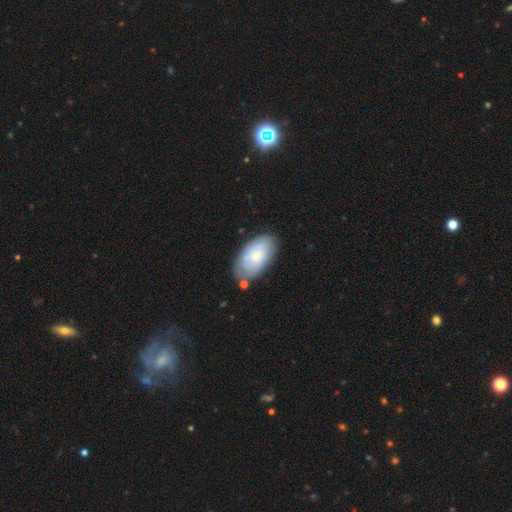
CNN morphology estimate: Smooth or featured? Predicted: smooth (p=0.50). How rounded? Predicted: in between (p=0.93). Merging? Predicted: none (p=0.72).